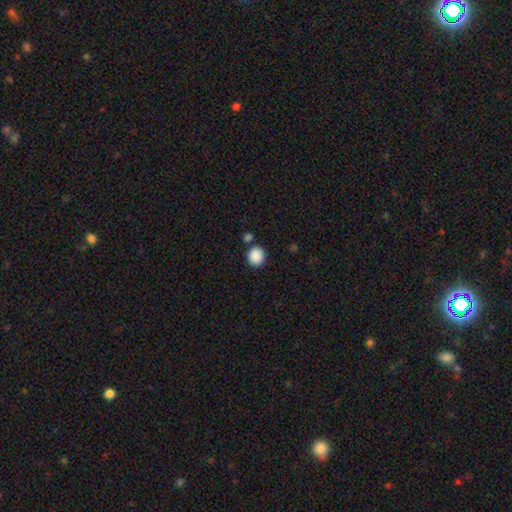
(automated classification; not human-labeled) smooth-or-featured: smooth: 88% | star or artifact: 9% | featured or disk: 3%
  how-rounded: round: 89% | in between: 10% | cigar-shaped: 1%
  merging: none: 79% | minor disturbance: 9% | merger: 9% | major disturbance: 3%